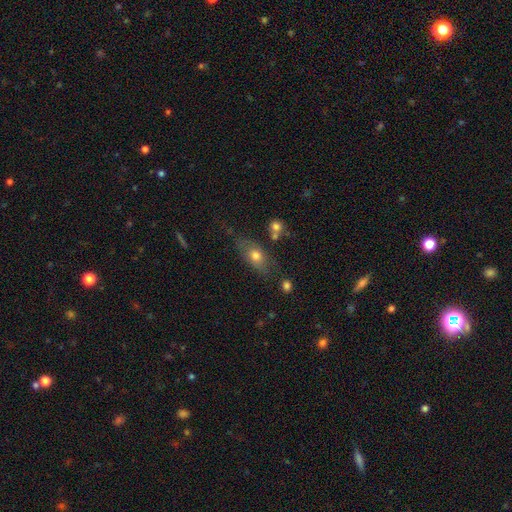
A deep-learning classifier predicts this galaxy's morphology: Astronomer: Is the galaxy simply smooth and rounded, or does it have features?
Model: smooth — 70%.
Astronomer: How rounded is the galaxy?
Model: in between — 75%.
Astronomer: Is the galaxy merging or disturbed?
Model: none — 59%.